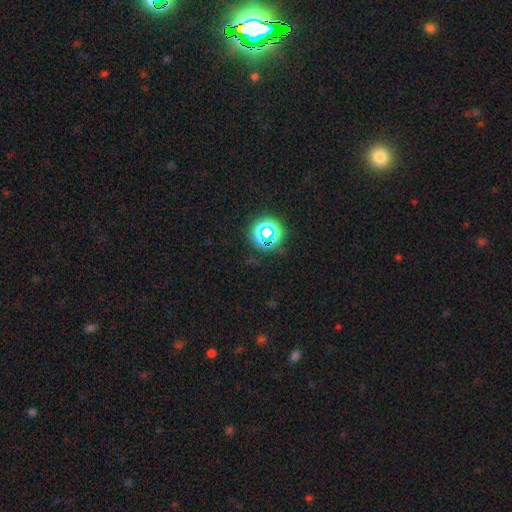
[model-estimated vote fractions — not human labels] This appears to be a star or artifact, not a galaxy (52%).